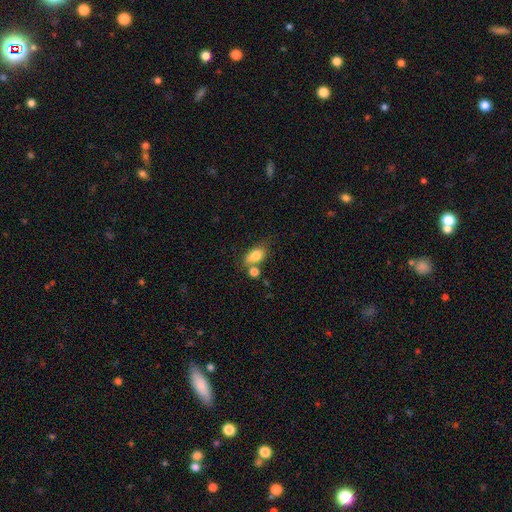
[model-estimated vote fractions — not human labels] This appears to be a smooth galaxy with no disk features (79%) that is in between round and cigar-shaped (81%). Merging: none (50%).